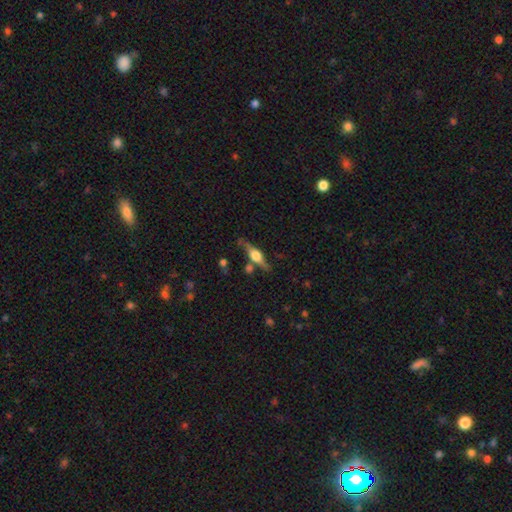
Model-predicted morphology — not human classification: A featured or disk galaxy (70%) viewed edge-on (95%) with a rounded central bulge (91%). Merging: none (76%).